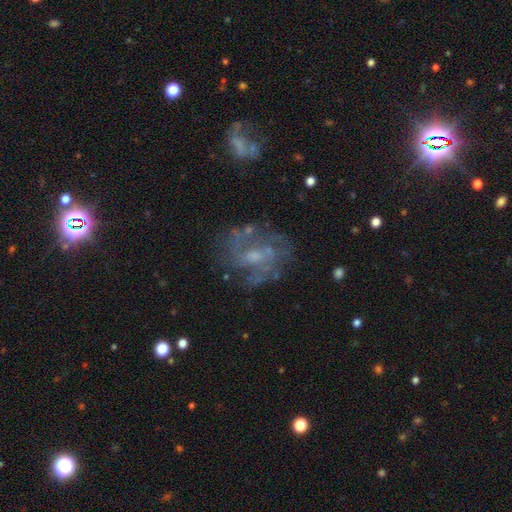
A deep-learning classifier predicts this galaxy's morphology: Smooth or featured? featured or disk (72%)
Edge-on disk? no (97%)
Bar? no (50%)
Spiral arms? yes (70%)
Bulge size? small (41%)
Merging? none (62%)